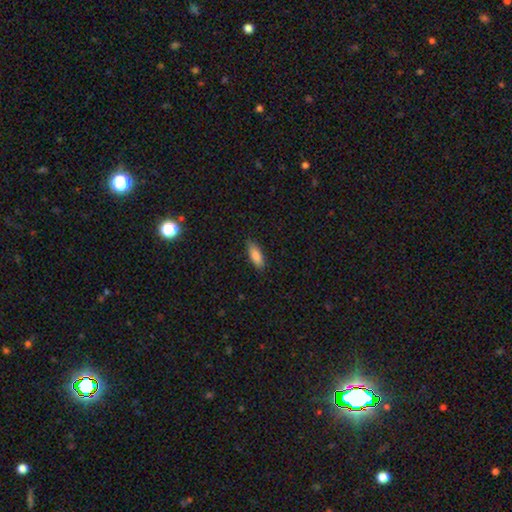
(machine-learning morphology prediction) Smooth or featured?
  - smooth: 84% *
  - featured or disk: 9%
  - star or artifact: 7%
How rounded?
  - in between: 69% *
  - cigar-shaped: 29%
  - round: 2%
Merging?
  - none: 86% *
  - minor disturbance: 11%
  - major disturbance: 2%
  - merger: 1%